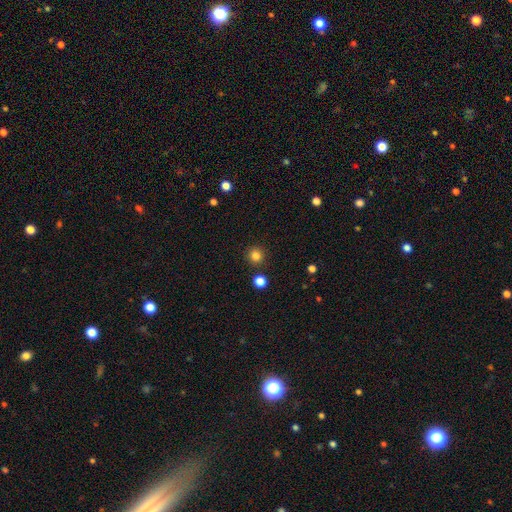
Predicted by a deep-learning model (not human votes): Overall: smooth (83%). How rounded: round (94%). Merging: none (89%).